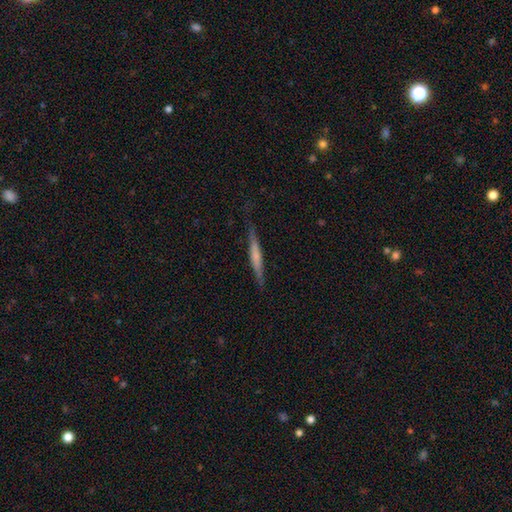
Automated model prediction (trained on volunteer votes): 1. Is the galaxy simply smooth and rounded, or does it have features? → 48% featured or disk, 46% smooth, 6% star or artifact.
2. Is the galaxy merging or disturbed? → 83% none, 13% minor disturbance, 3% major disturbance, 1% merger.